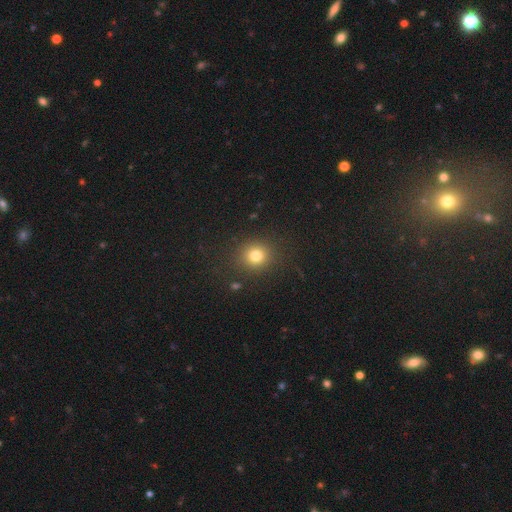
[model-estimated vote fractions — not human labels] smooth-or-featured: smooth: 78% | star or artifact: 15% | featured or disk: 7%
  how-rounded: round: 85% | in between: 14% | cigar-shaped: 1%
  merging: none: 87% | minor disturbance: 7% | major disturbance: 4% | merger: 2%